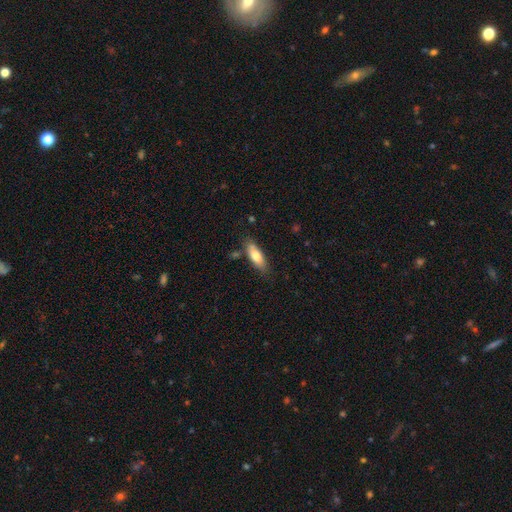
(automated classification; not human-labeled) Smooth or featured?
  - smooth: 73% *
  - featured or disk: 21%
  - star or artifact: 6%
How rounded?
  - in between: 60% *
  - cigar-shaped: 38%
  - round: 2%
Merging?
  - none: 77% *
  - minor disturbance: 16%
  - merger: 4%
  - major disturbance: 3%